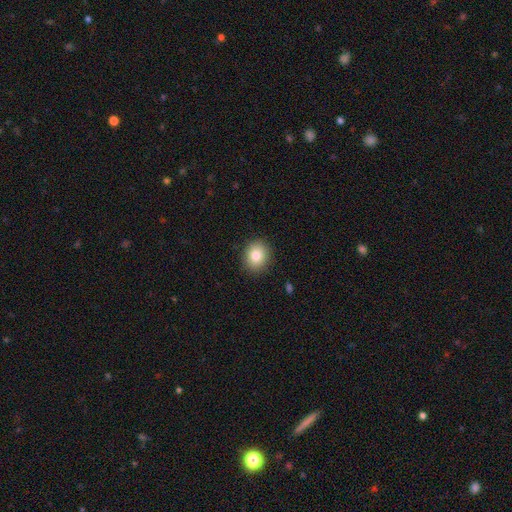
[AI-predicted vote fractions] smooth_or_featured: smooth (p=0.82) [alt: star or artifact p=0.10]
how_rounded: round (p=0.69) [alt: in between p=0.30]
merging: none (p=0.89) [alt: minor disturbance p=0.08]